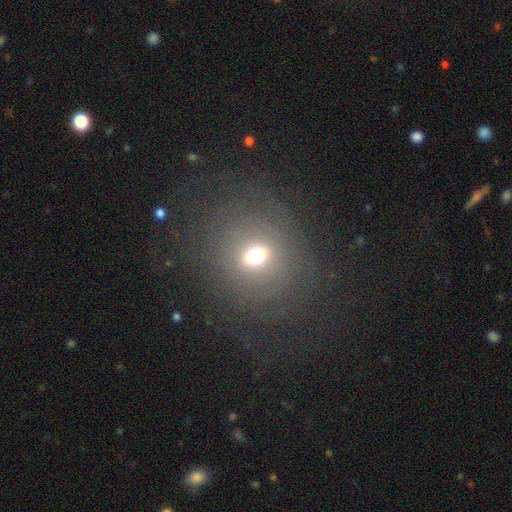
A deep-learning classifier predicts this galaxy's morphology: Smooth or featured? smooth (48%)
Merging? none (73%)